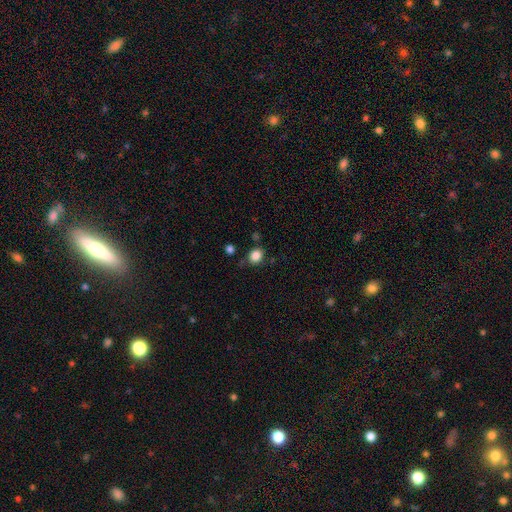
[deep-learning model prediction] A smooth galaxy with no disk features (85%) that is round (69%). Merging: none (76%).